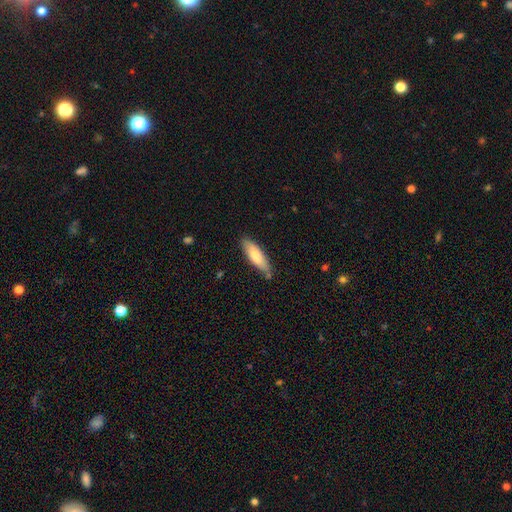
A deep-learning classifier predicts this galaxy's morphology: This appears to be a smooth galaxy with no disk features (76%) that is cigar-shaped (54%). Merging: none (79%).